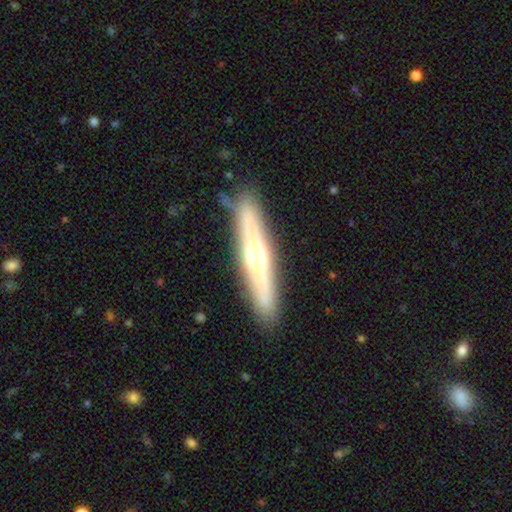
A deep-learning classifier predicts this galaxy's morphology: This is likely a featured or disk galaxy (62%). It is clearly viewed edge-on (86%). Edge-on bulge: likely rounded (80%). Merging: clearly none (86%).